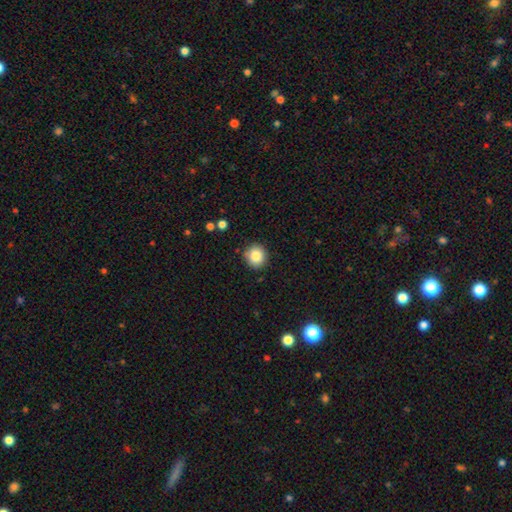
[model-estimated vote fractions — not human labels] This appears to be a smooth galaxy with no disk features (84%) that is round (90%). Merging: none (88%).